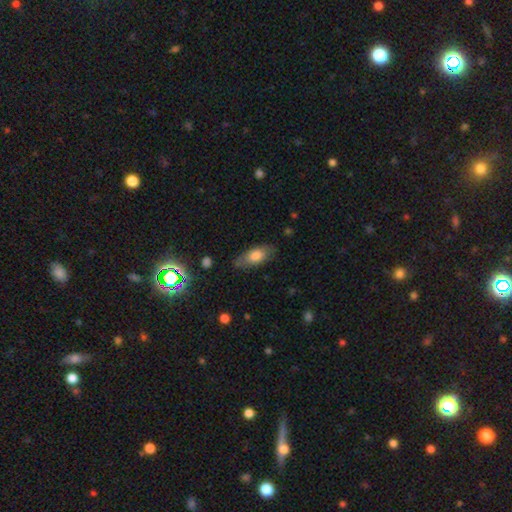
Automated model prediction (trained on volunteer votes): A smooth galaxy with no disk features (74%) that is in between round and cigar-shaped (83%). Merging: none (75%).